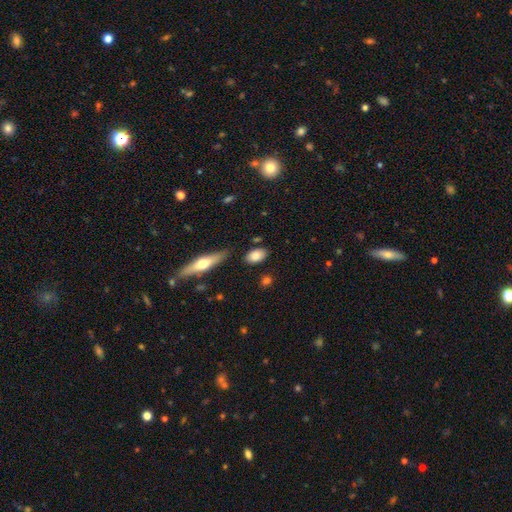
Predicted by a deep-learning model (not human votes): Smooth or featured?
  - smooth: 83% *
  - featured or disk: 10%
  - star or artifact: 7%
How rounded?
  - in between: 88% *
  - round: 8%
  - cigar-shaped: 4%
Merging?
  - none: 81% *
  - minor disturbance: 12%
  - merger: 4%
  - major disturbance: 3%